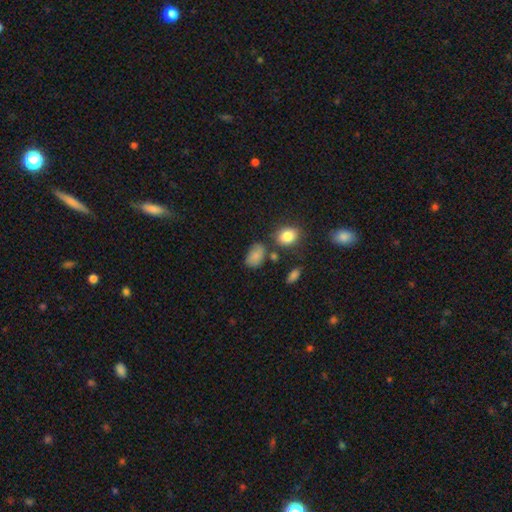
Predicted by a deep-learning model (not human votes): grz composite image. It shows a smooth galaxy with no disk features (81%) that is in between round and cigar-shaped (81%). Merging: none (59%).